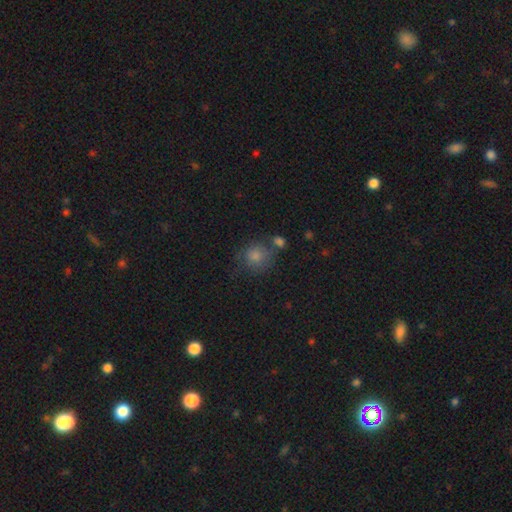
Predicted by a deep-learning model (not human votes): Overall: smooth (73%). How rounded: round (84%). Merging: none (65%).